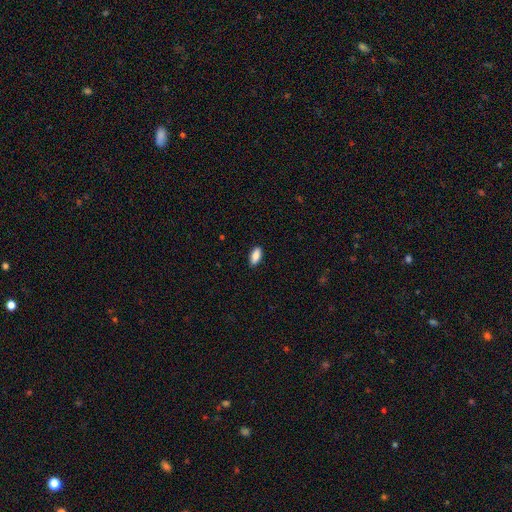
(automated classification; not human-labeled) Smooth or featured? Predicted: smooth (p=0.89). How rounded? Predicted: in between (p=0.88). Merging? Predicted: none (p=0.87).